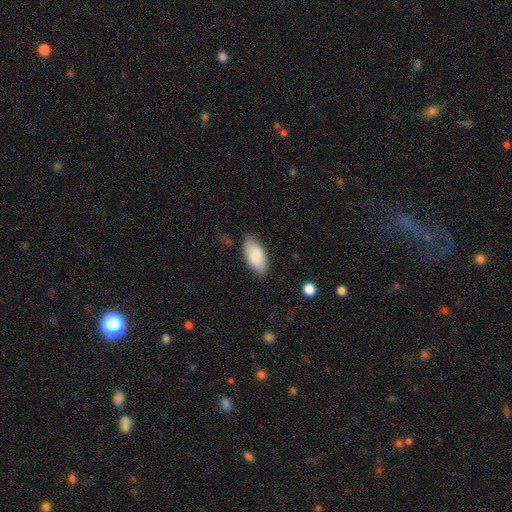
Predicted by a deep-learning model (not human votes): Q: Smooth or featured?
A: smooth (83%); runner-up: featured or disk (11%)
Q: How rounded?
A: in between (93%); runner-up: cigar-shaped (5%)
Q: Merging?
A: none (78%); runner-up: minor disturbance (16%)